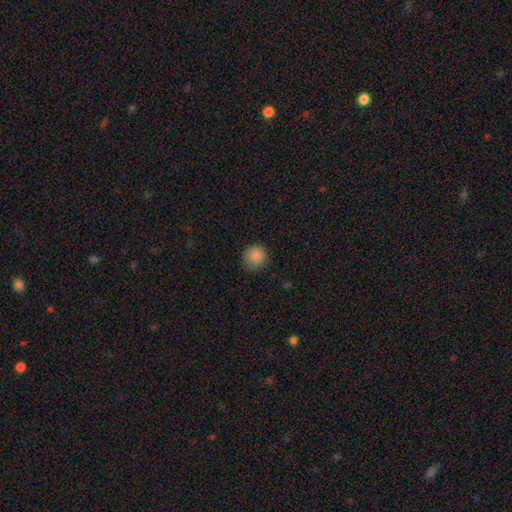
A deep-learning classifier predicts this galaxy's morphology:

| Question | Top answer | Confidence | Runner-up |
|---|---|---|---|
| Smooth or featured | smooth | 86% | star or artifact (9%) |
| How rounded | round | 90% | in between (9%) |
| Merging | none | 77% | minor disturbance (18%) |